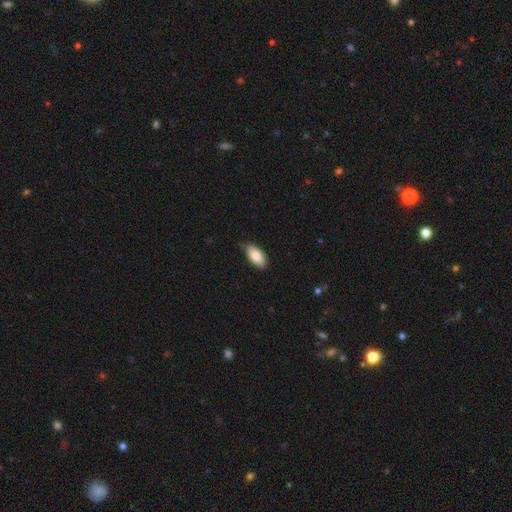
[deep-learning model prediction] smooth_or_featured: smooth (p=0.81) [alt: featured or disk p=0.13]
how_rounded: in between (p=0.90) [alt: cigar-shaped p=0.07]
merging: none (p=0.77) [alt: minor disturbance p=0.20]